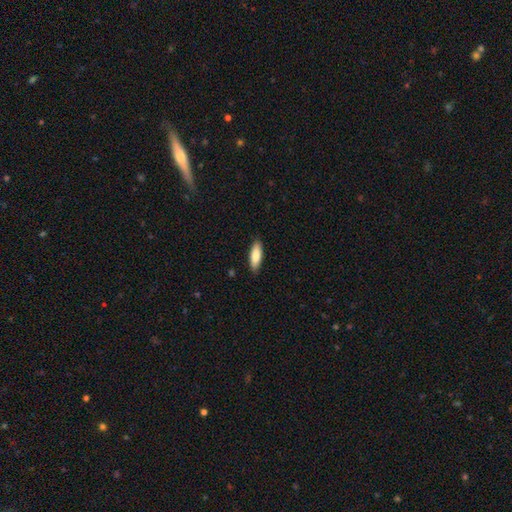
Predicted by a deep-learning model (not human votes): A smooth galaxy with no disk features (83%) that is in between round and cigar-shaped (54%). Merging: none (87%).